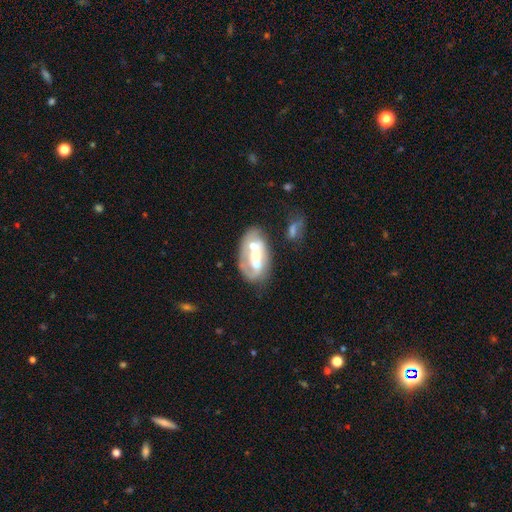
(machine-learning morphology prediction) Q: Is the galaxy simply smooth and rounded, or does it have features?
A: featured or disk — 65%.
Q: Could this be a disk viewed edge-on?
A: no — 96%.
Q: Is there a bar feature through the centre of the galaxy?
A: no — 77%.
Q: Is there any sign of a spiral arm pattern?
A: no — 61%.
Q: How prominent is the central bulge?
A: moderate — 62%.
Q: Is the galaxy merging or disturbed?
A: merger — 58%.